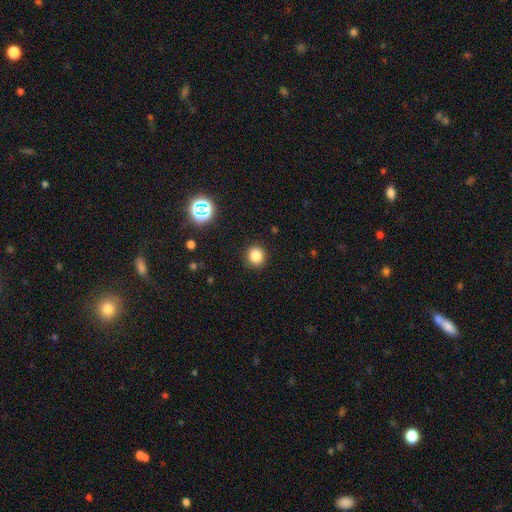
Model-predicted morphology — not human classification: smooth_or_featured: smooth (p=0.82) [alt: star or artifact p=0.13]
how_rounded: round (p=0.90) [alt: in between p=0.09]
merging: none (p=0.91) [alt: minor disturbance p=0.06]